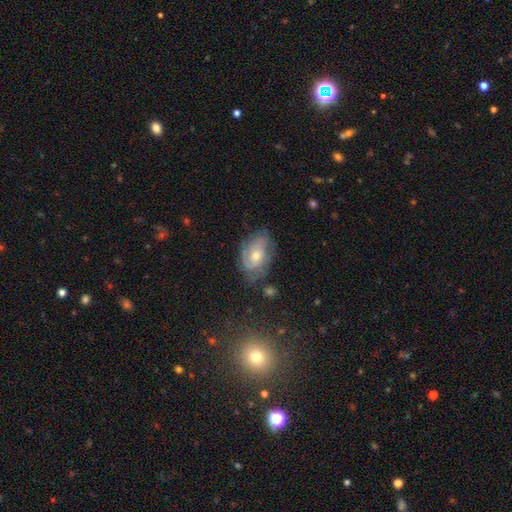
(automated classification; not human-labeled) Smooth or featured: featured or disk — 65% (smooth — 25%)
Edge-on disk: no — 95% (yes — 5%)
Bar: no — 65% (weak — 29%)
Spiral arms: yes — 85% (no — 15%)
Spiral winding: tight — 51% (medium — 36%)
Spiral arm count: can't tell — 39% (2 — 28%)
Bulge size: moderate — 54% (small — 41%)
Merging: none — 67% (minor disturbance — 23%)